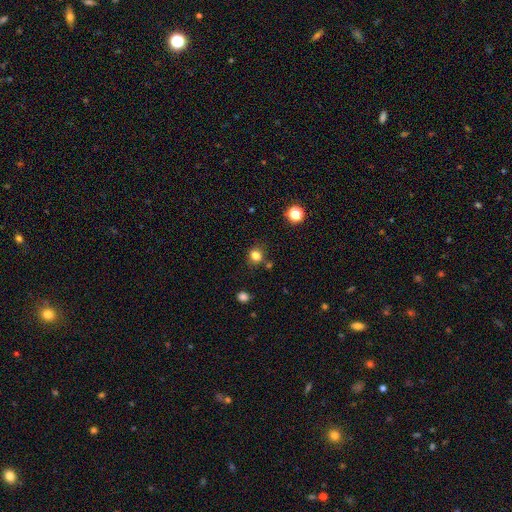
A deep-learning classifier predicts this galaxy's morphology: The model was most divided on "how rounded": round: 79%, in between: 20%, cigar-shaped: 1%. More confident: smooth or featured — smooth (81%); merging — none (79%).